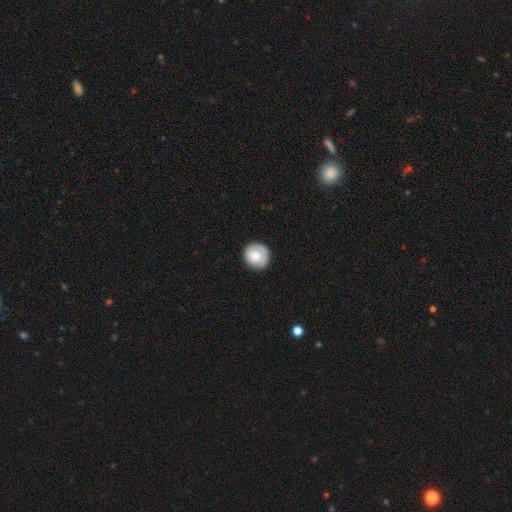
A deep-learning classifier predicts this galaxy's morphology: This appears to be a smooth galaxy with no disk features (71%) that is round (92%). Merging: none (81%).